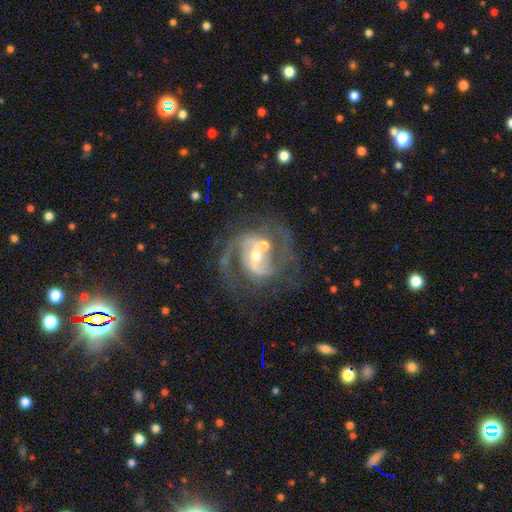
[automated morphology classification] Smooth or featured? featured or disk (87%)
Edge-on disk? no (98%)
Bar? weak (42%)
Spiral arms? yes (95%)
Spiral winding? medium (54%)
Spiral arm count? 2 (75%)
Bulge size? moderate (57%)
Merging? none (50%)